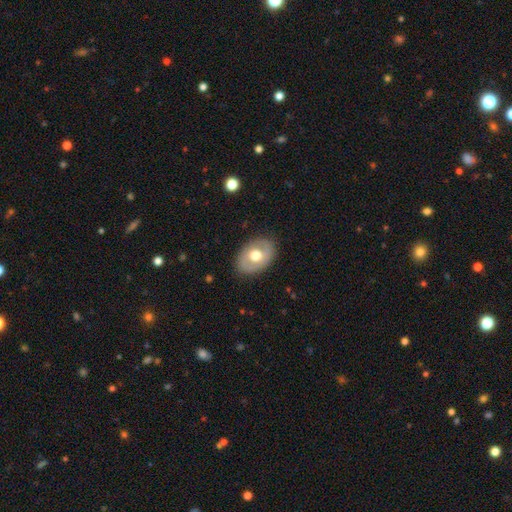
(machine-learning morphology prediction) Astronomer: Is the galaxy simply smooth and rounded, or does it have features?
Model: smooth — 52% (runner-up: featured or disk, 42%).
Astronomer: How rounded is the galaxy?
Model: in between — 74%.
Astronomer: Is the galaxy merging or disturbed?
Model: none — 84%.